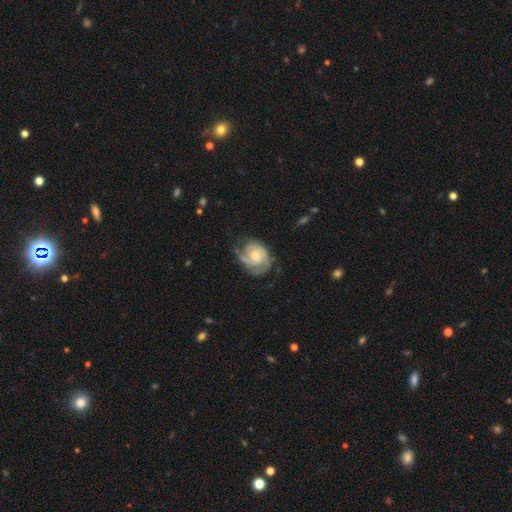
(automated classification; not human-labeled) Smooth or featured? featured or disk (73%)
Edge-on disk? no (98%)
Bar? no (71%)
Spiral arms? yes (89%)
Spiral winding? tight (50%)
Spiral arm count? 2 (42%)
Bulge size? moderate (52%)
Merging? none (54%)